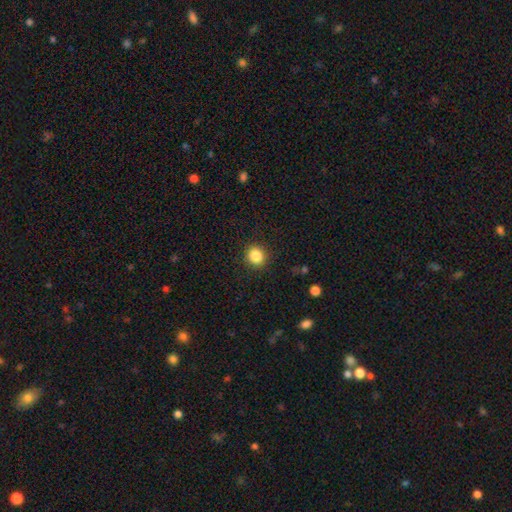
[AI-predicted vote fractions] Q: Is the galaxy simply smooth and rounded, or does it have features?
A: smooth — 86%.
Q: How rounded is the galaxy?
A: round — 86%.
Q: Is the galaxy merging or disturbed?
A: none — 90%.